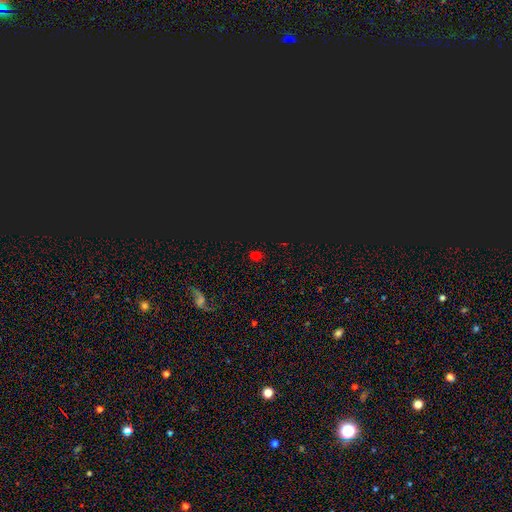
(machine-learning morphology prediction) Smooth or featured? Predicted: smooth (p=0.50). Merging? Predicted: none (p=0.86).